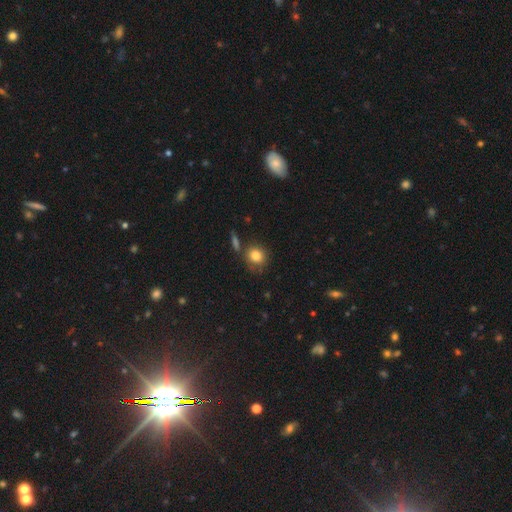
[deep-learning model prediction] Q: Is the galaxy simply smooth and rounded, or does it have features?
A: smooth — 82%.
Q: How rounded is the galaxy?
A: round — 79%.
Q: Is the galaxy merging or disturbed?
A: none — 70%.